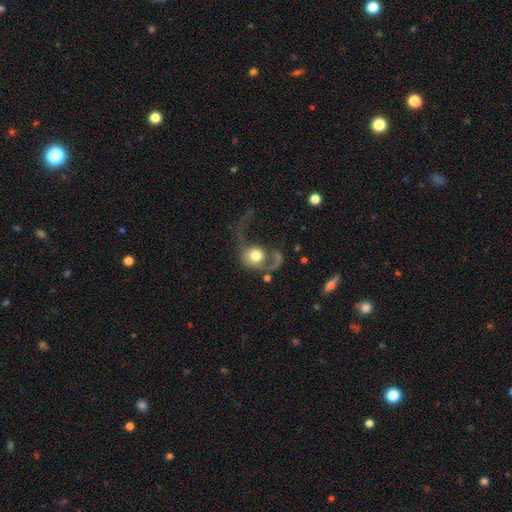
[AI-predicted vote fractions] This is possibly a featured or disk galaxy (47%). Merging: likely major disturbance (61%).